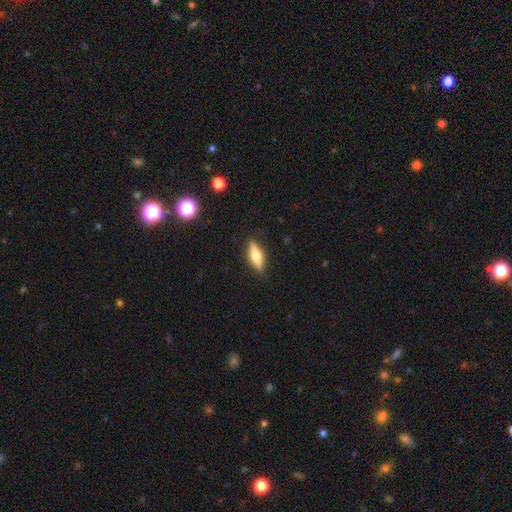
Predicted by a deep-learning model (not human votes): Smooth or featured?
  - smooth: 47% * (tied)
  - featured or disk: 47% * (tied)
  - star or artifact: 6%
Merging?
  - none: 89% *
  - minor disturbance: 8%
  - major disturbance: 2%
  - merger: 1%